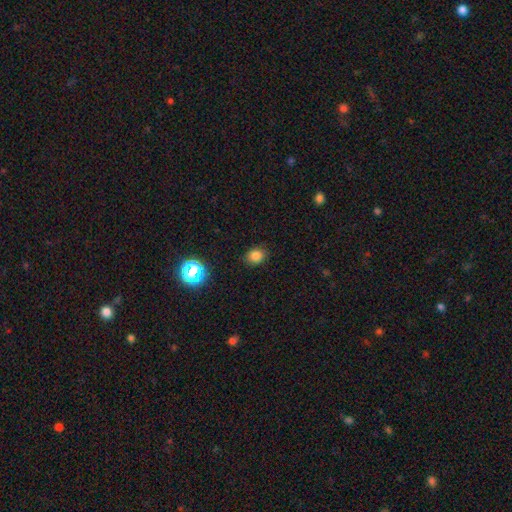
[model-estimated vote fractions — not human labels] smooth_or_featured: smooth (p=0.80) [alt: star or artifact p=0.15]
how_rounded: round (p=0.60) [alt: in between p=0.39]
merging: none (p=0.87) [alt: minor disturbance p=0.09]